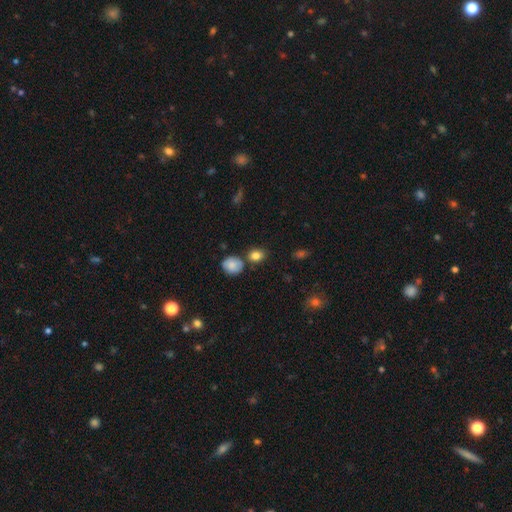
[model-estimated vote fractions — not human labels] A smooth galaxy with no disk features (83%) that is round (56%).

Vote fractions:
- Smooth or featured? smooth: 83% / star or artifact: 10% / featured or disk: 7%
- How rounded? round: 56% / in between: 43% / cigar-shaped: 2%
- Merging? none: 71% / merger: 14% / minor disturbance: 12% / major disturbance: 3%